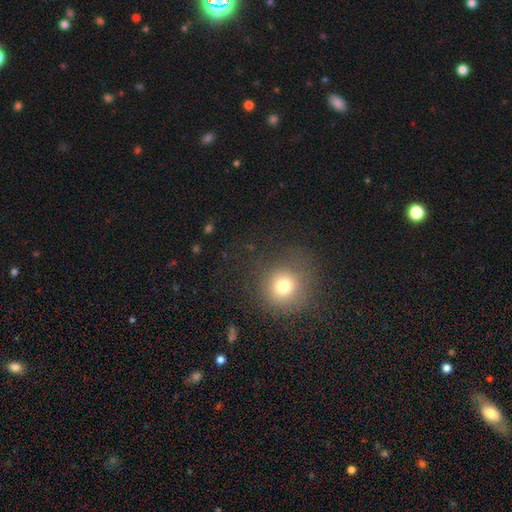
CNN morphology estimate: smooth-or-featured: smooth: 62% | star or artifact: 29% | featured or disk: 9%
  how-rounded: round: 92% | in between: 7% | cigar-shaped: 1%
  merging: none: 83% | minor disturbance: 10% | major disturbance: 5% | merger: 2%